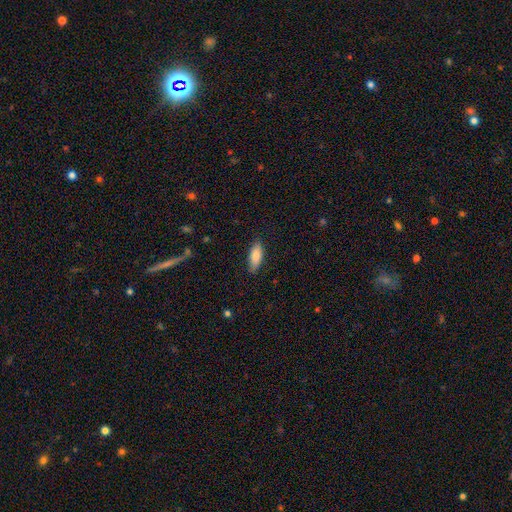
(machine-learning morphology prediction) Overall: smooth (84%). How rounded: in between (71%). Merging: none (85%).